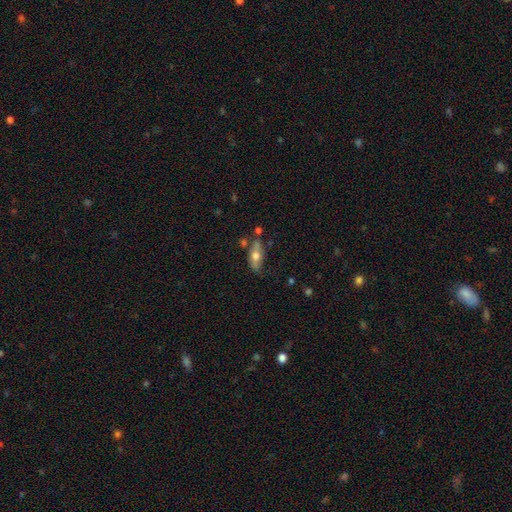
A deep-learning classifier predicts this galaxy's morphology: The model was most divided on "smooth or featured": smooth: 59%, featured or disk: 34%, star or artifact: 7%. More confident: how rounded — in between (73%); merging — none (58%).